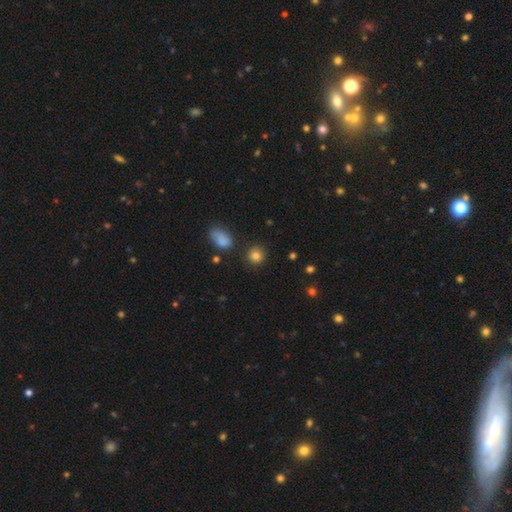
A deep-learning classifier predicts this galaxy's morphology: The model was most divided on "smooth or featured": smooth: 83%, star or artifact: 11%, featured or disk: 5%. More confident: how rounded — round (87%); merging — none (85%).